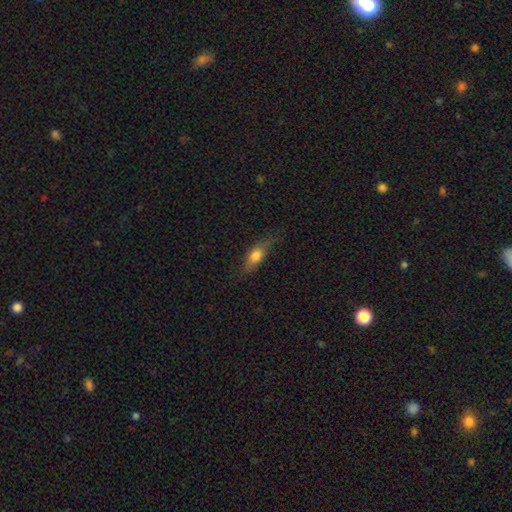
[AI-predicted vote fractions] Q: Smooth or featured?
A: smooth (67%); runner-up: featured or disk (25%)
Q: How rounded?
A: in between (60%); runner-up: cigar-shaped (36%)
Q: Merging?
A: none (70%); runner-up: minor disturbance (22%)